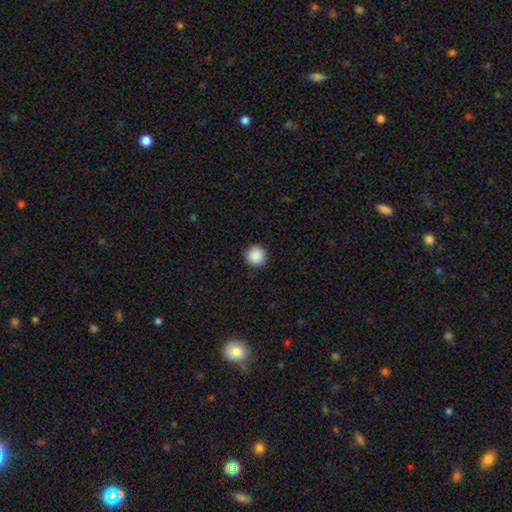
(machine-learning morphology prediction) This is clearly a smooth galaxy (89%). How rounded: clearly round (96%). Merging: clearly none (92%).